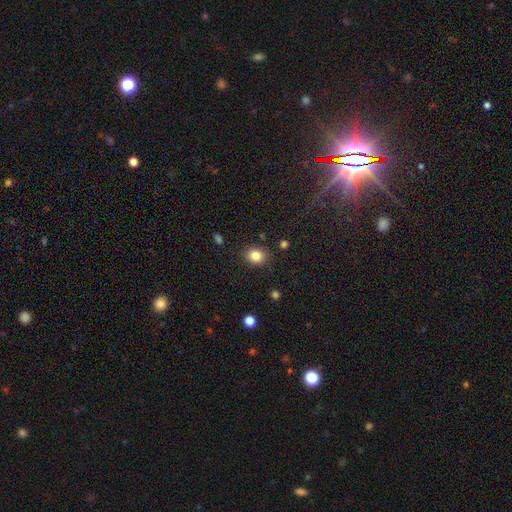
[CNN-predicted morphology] Smooth or featured? Predicted: smooth (p=0.84). How rounded? Predicted: round (p=0.66). Merging? Predicted: none (p=0.85).